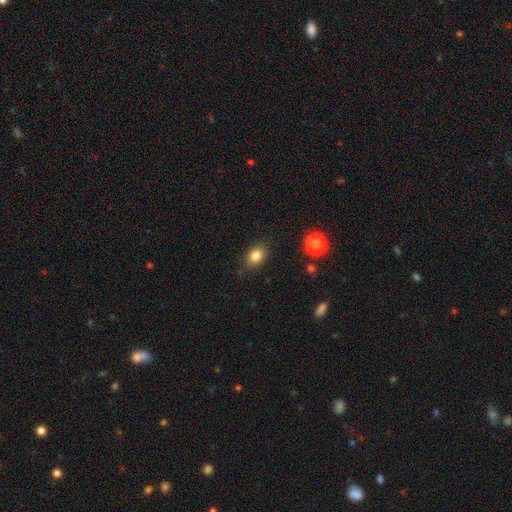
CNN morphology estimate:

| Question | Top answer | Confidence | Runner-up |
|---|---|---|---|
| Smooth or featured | smooth | 83% | star or artifact (10%) |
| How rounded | in between | 70% | round (28%) |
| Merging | none | 83% | minor disturbance (12%) |